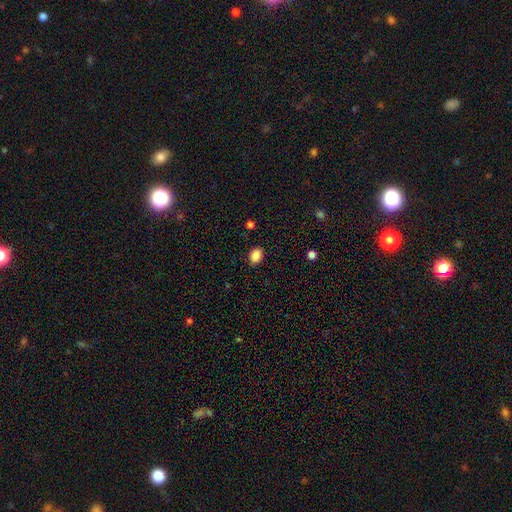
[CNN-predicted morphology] A smooth galaxy with no disk features (88%) that is in between round and cigar-shaped (75%). Merging: none (88%).